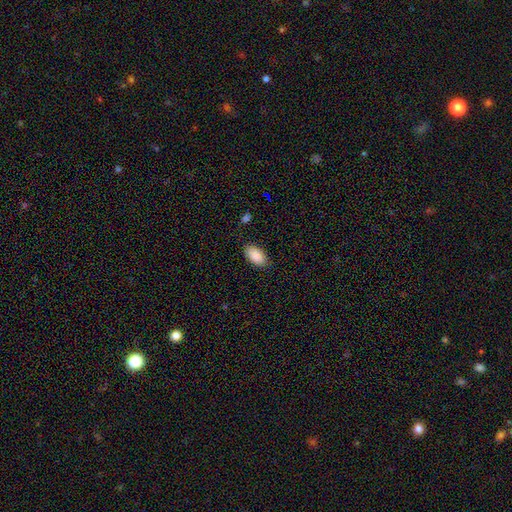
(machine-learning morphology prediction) Overall: smooth (89%). How rounded: in between (94%). Merging: none (84%).